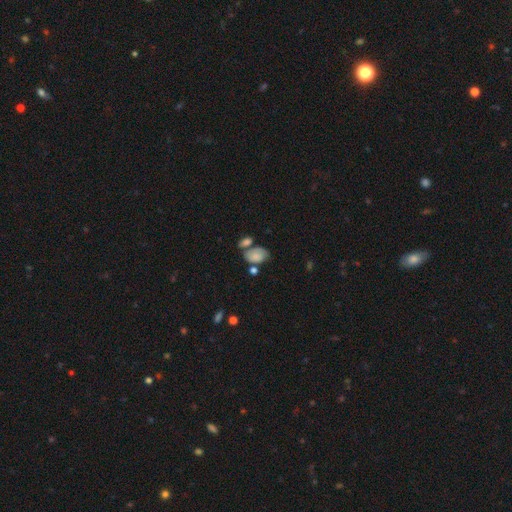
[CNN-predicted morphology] smooth 72%, featured or disk 18%, star or artifact 10%. Down the decision tree: how rounded — in between (83%); merging — none (38%).